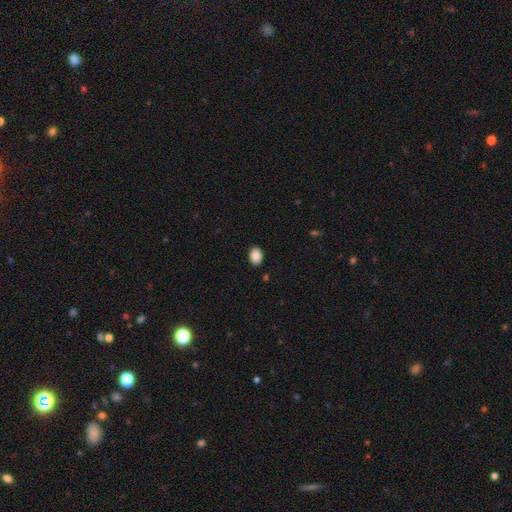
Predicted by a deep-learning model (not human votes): A smooth galaxy with no disk features (89%) that is in between round and cigar-shaped (80%).

Vote fractions:
- Smooth or featured? smooth: 89% / star or artifact: 8% / featured or disk: 3%
- How rounded? in between: 80% / round: 19% / cigar-shaped: 1%
- Merging? none: 89% / minor disturbance: 8% / major disturbance: 2% / merger: 1%